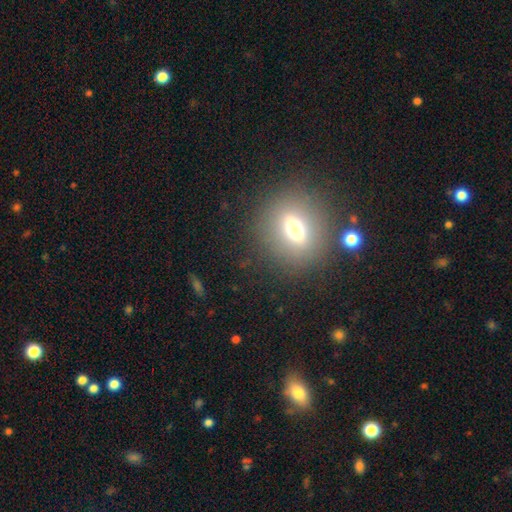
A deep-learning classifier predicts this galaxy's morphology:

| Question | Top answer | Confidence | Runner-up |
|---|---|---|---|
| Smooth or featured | smooth | 60% | featured or disk (21%) |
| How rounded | round | 59% | in between (37%) |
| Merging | none | 86% | minor disturbance (8%) |